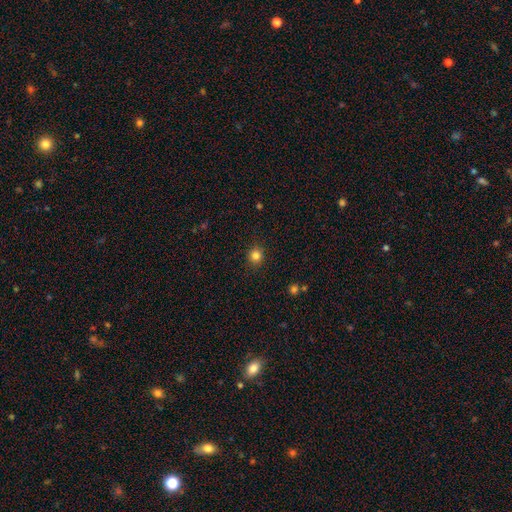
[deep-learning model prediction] Smooth or featured? smooth (83%)
How rounded? round (90%)
Merging? none (89%)